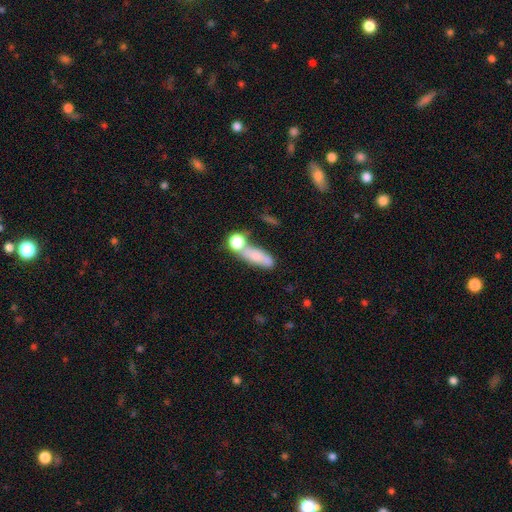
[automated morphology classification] Smooth or featured? smooth (69%)
How rounded? in between (52%)
Merging? none (39%)